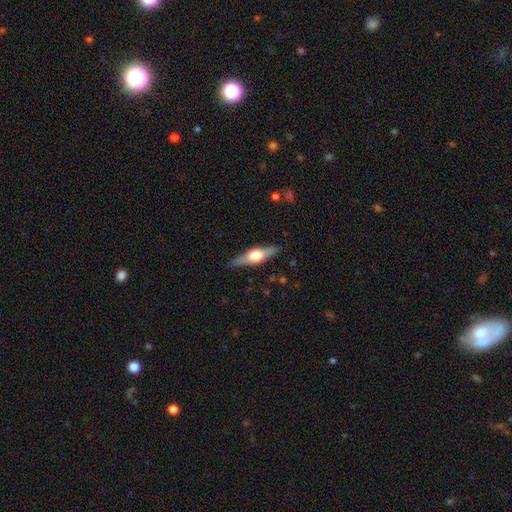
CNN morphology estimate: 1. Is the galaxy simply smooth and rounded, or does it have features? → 65% featured or disk, 30% smooth, 5% star or artifact.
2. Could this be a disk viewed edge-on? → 96% yes, 4% no.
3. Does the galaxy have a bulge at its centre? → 92% rounded, 6% boxy, 2% none.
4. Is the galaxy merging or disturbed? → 87% none, 10% minor disturbance, 2% major disturbance, 1% merger.